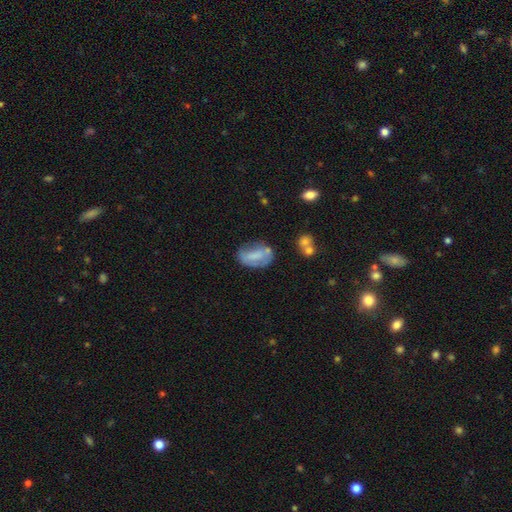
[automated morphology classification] This is possibly a smooth galaxy (55%). How rounded: clearly in between (85%). Merging: possibly none (48%).